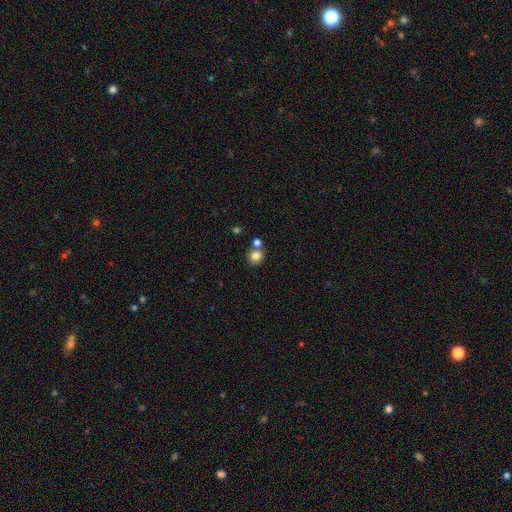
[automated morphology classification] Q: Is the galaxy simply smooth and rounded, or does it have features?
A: smooth — 81%.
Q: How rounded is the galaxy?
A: round — 84%.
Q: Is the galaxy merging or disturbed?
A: none — 62%.